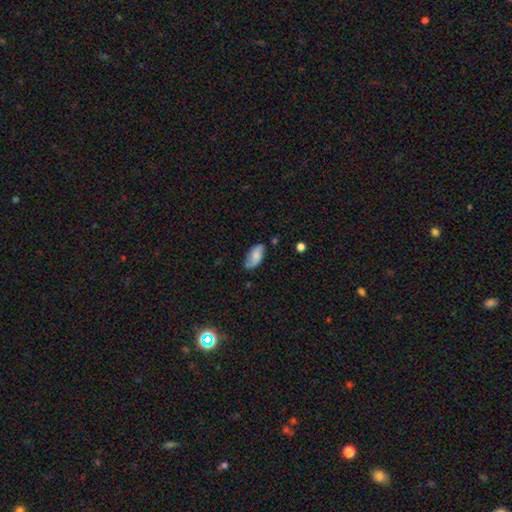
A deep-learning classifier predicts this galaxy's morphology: This appears to be a smooth galaxy with no disk features (62%) that is in between round and cigar-shaped (92%). Merging: none (71%).